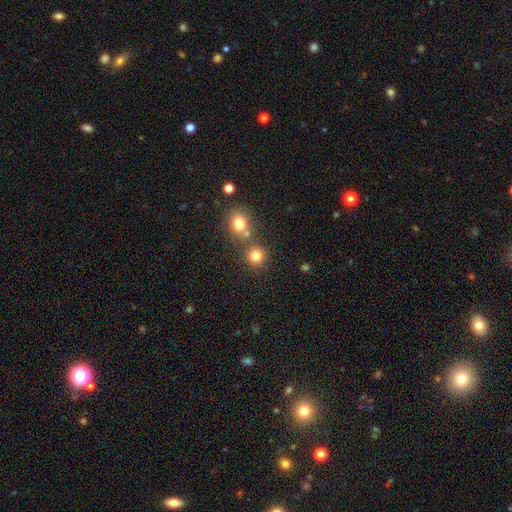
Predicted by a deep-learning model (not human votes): Smooth or featured?
  - smooth: 80% *
  - star or artifact: 14%
  - featured or disk: 6%
How rounded?
  - round: 90% *
  - in between: 9%
  - cigar-shaped: 1%
Merging?
  - none: 71% *
  - merger: 19%
  - minor disturbance: 7%
  - major disturbance: 3%